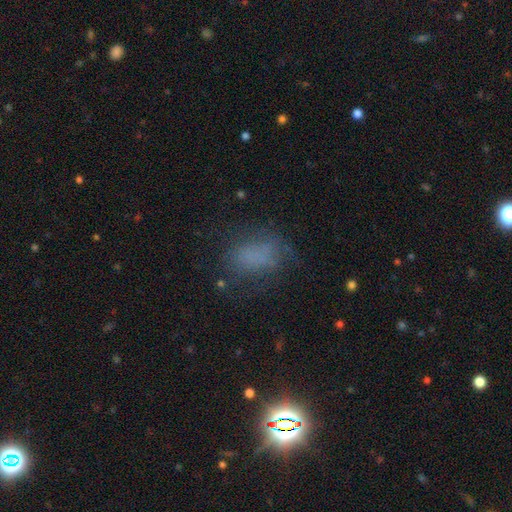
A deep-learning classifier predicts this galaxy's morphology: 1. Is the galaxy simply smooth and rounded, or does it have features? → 64% smooth, 20% star or artifact, 15% featured or disk.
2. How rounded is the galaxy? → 80% in between, 16% round, 3% cigar-shaped.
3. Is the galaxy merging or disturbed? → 58% none, 22% minor disturbance, 18% major disturbance, 2% merger.